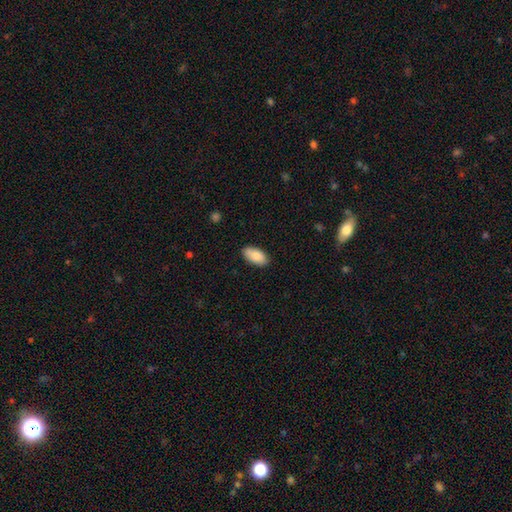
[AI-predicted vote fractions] Smooth or featured?
  - smooth: 85% *
  - featured or disk: 9%
  - star or artifact: 6%
How rounded?
  - in between: 94% *
  - cigar-shaped: 4%
  - round: 2%
Merging?
  - none: 86% *
  - minor disturbance: 11%
  - major disturbance: 2%
  - merger: 1%